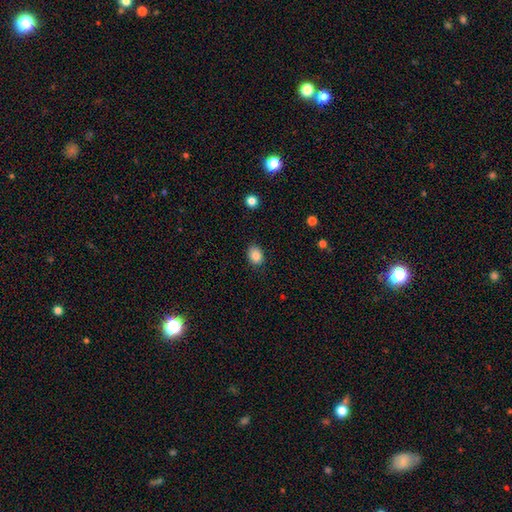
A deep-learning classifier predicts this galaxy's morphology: Smooth or featured? smooth (86%)
How rounded? in between (59%)
Merging? none (85%)